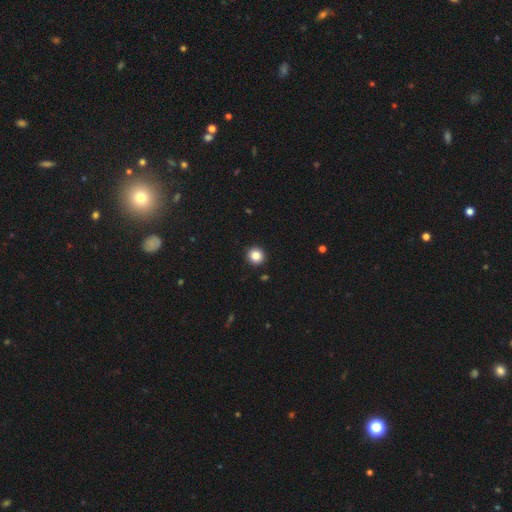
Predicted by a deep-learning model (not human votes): smooth-or-featured: smooth: 85% | star or artifact: 11% | featured or disk: 4%
  how-rounded: round: 93% | in between: 6% | cigar-shaped: 1%
  merging: none: 93% | minor disturbance: 5% | major disturbance: 1% | merger: 1%